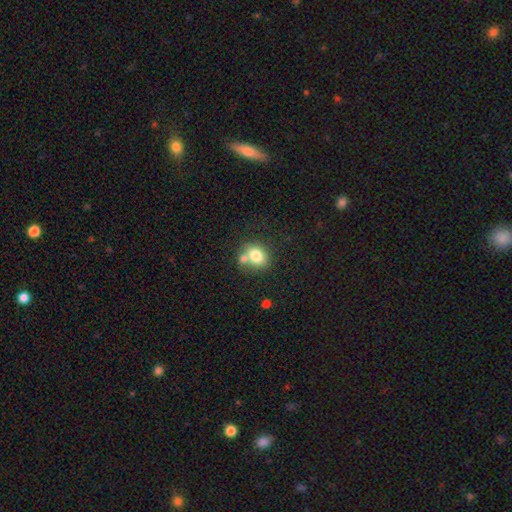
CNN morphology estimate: The model was most divided on "how rounded": round: 56%, in between: 43%, cigar-shaped: 1%. More confident: smooth or featured — smooth (78%); merging — none (52%).